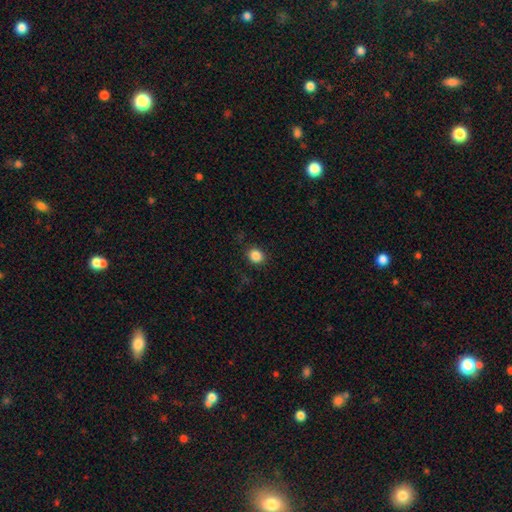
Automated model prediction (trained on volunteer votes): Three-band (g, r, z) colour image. It shows a smooth galaxy with no disk features (86%) that is round (74%). Merging: none (87%).